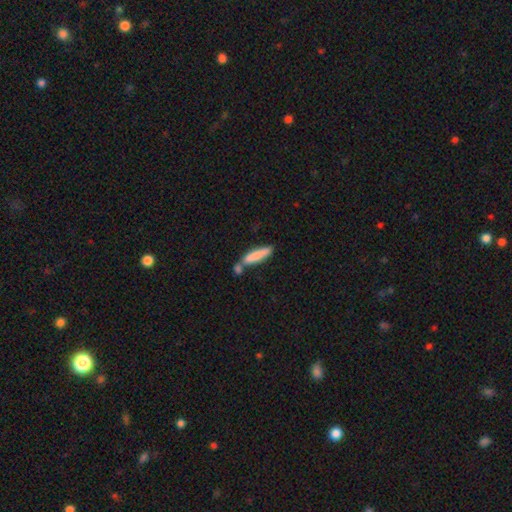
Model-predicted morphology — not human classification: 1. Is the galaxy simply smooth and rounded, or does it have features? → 80% smooth, 14% featured or disk, 6% star or artifact.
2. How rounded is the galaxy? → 81% cigar-shaped, 17% in between, 2% round.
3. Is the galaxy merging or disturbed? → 49% none, 32% merger, 14% minor disturbance, 4% major disturbance.